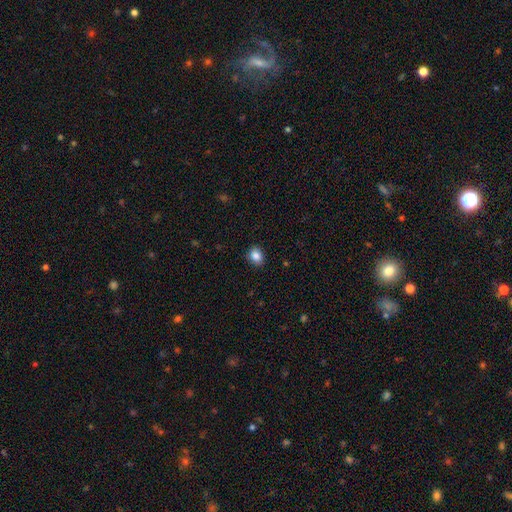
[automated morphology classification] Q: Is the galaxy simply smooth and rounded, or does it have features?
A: smooth — 86%.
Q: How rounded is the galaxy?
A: round — 50%.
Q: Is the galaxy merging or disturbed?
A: none — 88%.